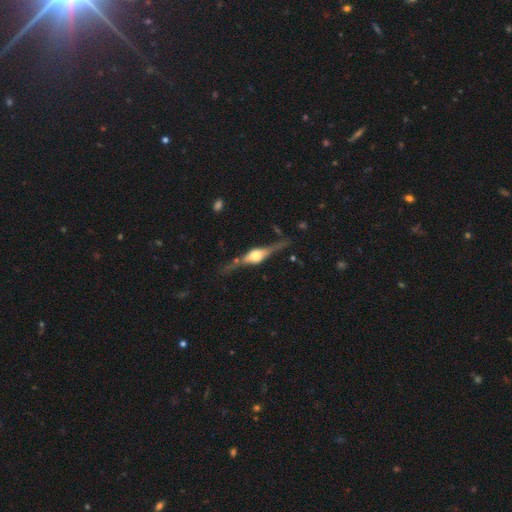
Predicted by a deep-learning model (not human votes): The model was most divided on "merging": none: 80%, minor disturbance: 13%, major disturbance: 5%, merger: 2%. More confident: edge-on disk — yes (96%); edge-on bulge — rounded (91%); smooth or featured — featured or disk (83%).